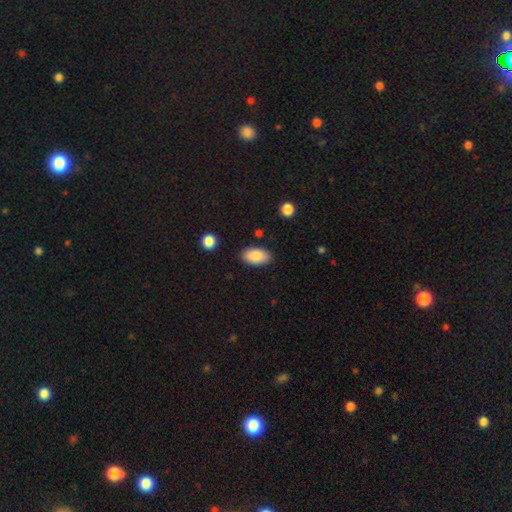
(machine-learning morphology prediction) Overall: smooth (86%). How rounded: in between (95%). Merging: none (86%).